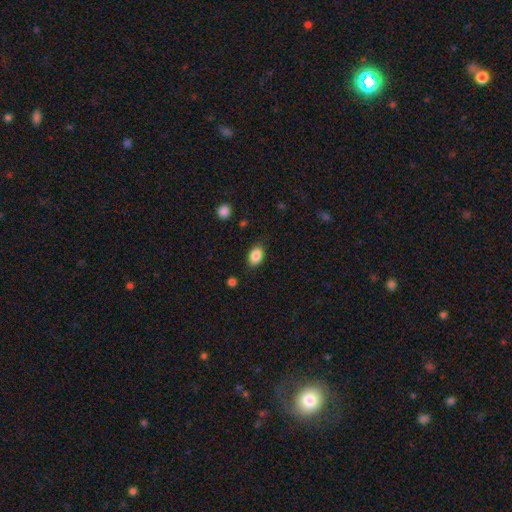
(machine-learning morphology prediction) Smooth or featured? Predicted: smooth (p=0.87). How rounded? Predicted: in between (p=0.85). Merging? Predicted: none (p=0.81).